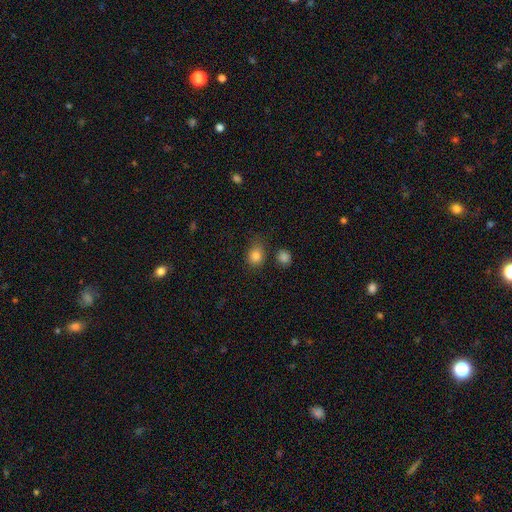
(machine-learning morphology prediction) This appears to be a smooth galaxy with no disk features (83%) that is round (61%). Merging: none (67%).